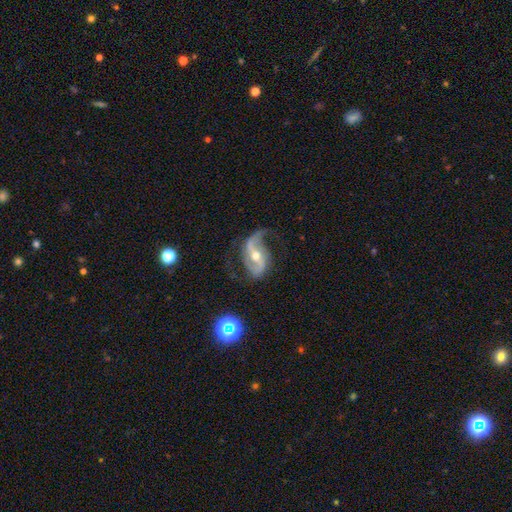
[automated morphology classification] type=featured or disk (89%); edge-on=no (97%); bar=strong (40%); spiral arms=yes (96%); winding=loose (67%); arm count=2 (90%); bulge=moderate (64%); merging=none (63%).